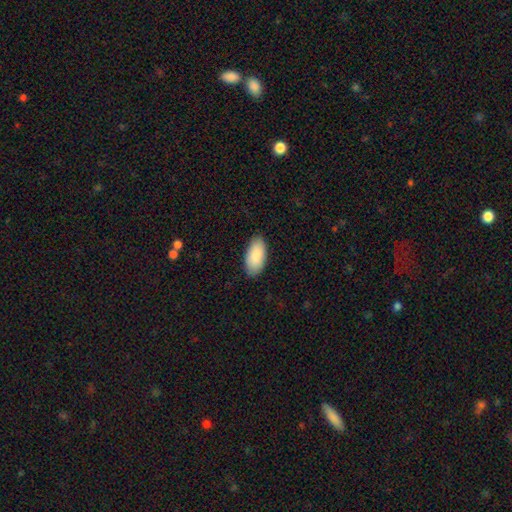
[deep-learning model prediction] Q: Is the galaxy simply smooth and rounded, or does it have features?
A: smooth — 90%.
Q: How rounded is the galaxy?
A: in between — 95%.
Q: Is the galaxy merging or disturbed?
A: none — 87%.